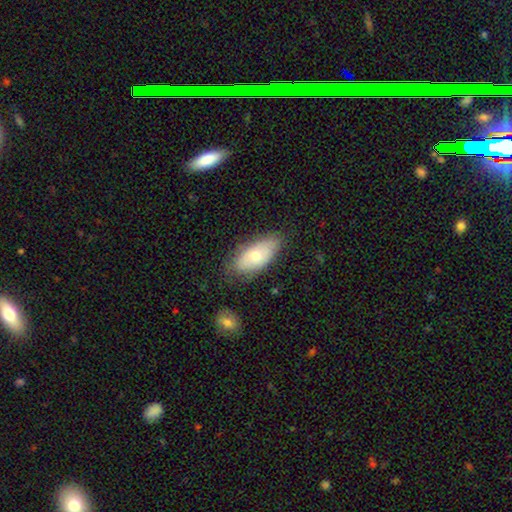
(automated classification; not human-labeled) A smooth galaxy with no disk features (64%) that is in between round and cigar-shaped (89%). Merging: none (72%).